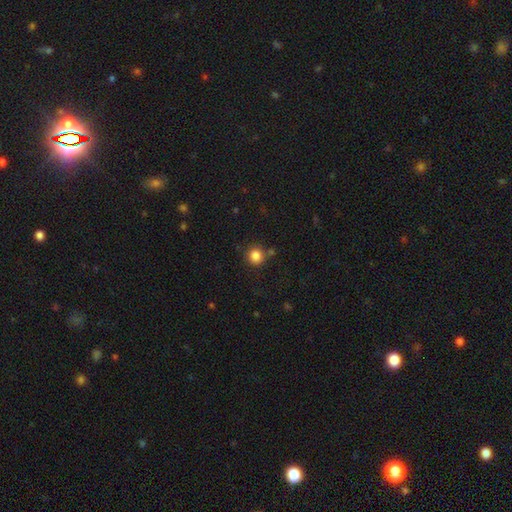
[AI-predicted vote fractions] Morphology: type=smooth (84%); roundness=round (92%); merging=none (82%).